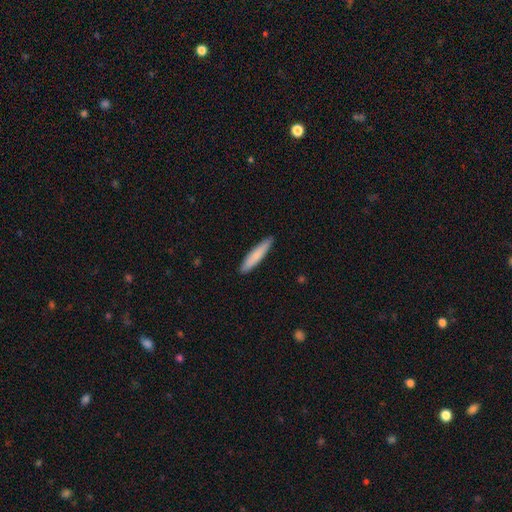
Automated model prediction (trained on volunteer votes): A smooth galaxy with no disk features (80%) that is cigar-shaped (90%).

Vote fractions:
- Smooth or featured? smooth: 80% / featured or disk: 15% / star or artifact: 5%
- How rounded? cigar-shaped: 90% / in between: 9% / round: 1%
- Merging? none: 90% / minor disturbance: 8% / major disturbance: 1% / merger: 1%